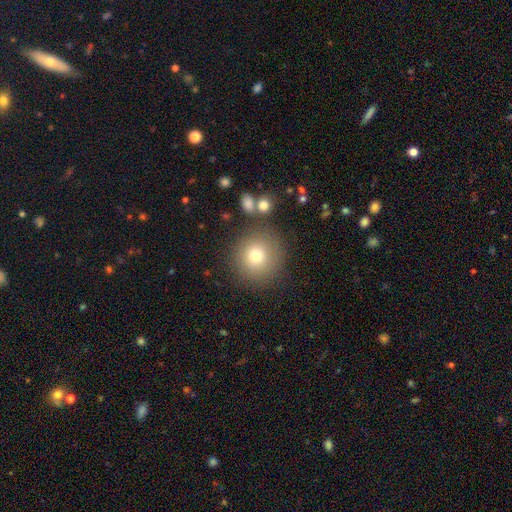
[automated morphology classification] Smooth or featured: smooth — 75% (star or artifact — 13%)
How rounded: round — 93% (in between — 6%)
Merging: none — 81% (minor disturbance — 9%)